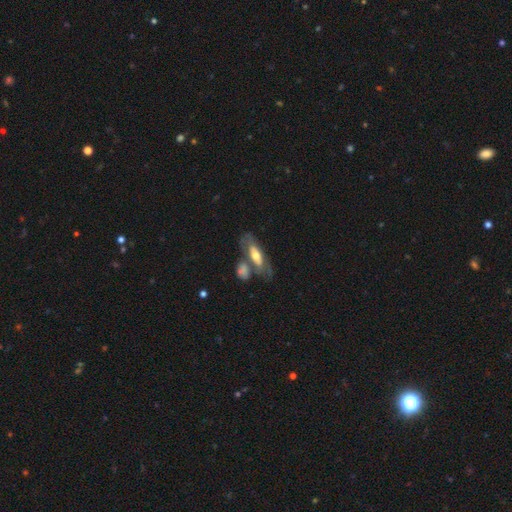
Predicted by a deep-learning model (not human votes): A featured or disk galaxy (53%). Merging: none (49%).